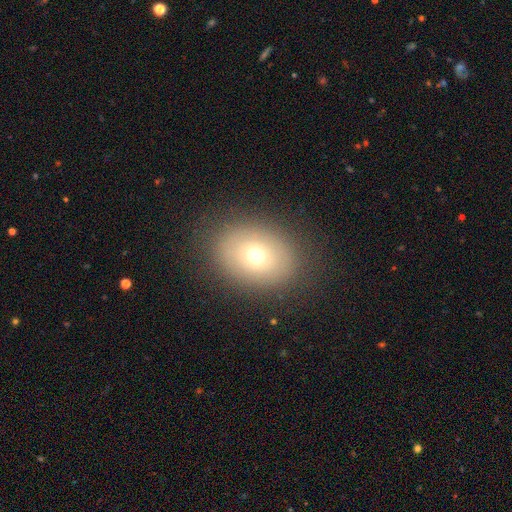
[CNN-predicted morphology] A smooth galaxy with no disk features (67%) that is in between round and cigar-shaped (60%).

Vote fractions:
- Smooth or featured? smooth: 67% / featured or disk: 19% / star or artifact: 14%
- How rounded? in between: 60% / round: 39% / cigar-shaped: 1%
- Merging? none: 84% / minor disturbance: 10% / major disturbance: 4% / merger: 1%